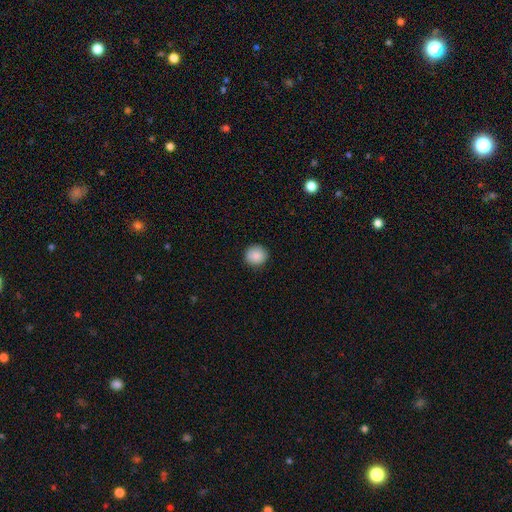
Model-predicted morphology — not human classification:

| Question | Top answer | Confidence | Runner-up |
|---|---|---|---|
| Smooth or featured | smooth | 88% | star or artifact (8%) |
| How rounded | round | 91% | in between (8%) |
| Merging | none | 90% | minor disturbance (7%) |